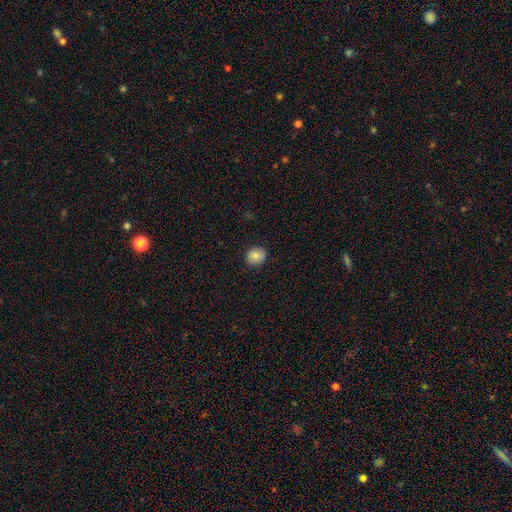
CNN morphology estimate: type=smooth (83%); roundness=round (81%); merging=none (89%).